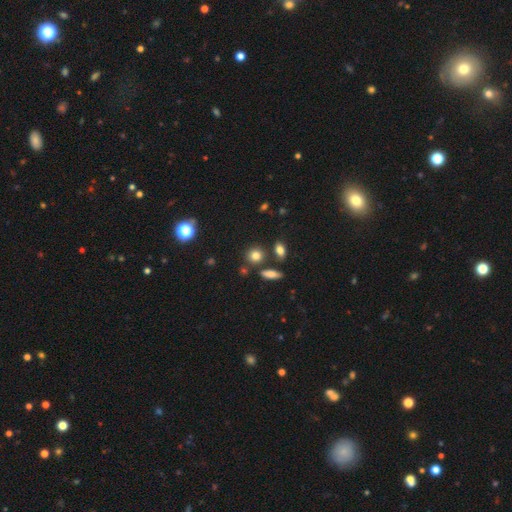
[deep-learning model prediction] Overall: smooth (80%). How rounded: round (80%). Merging: none (77%).